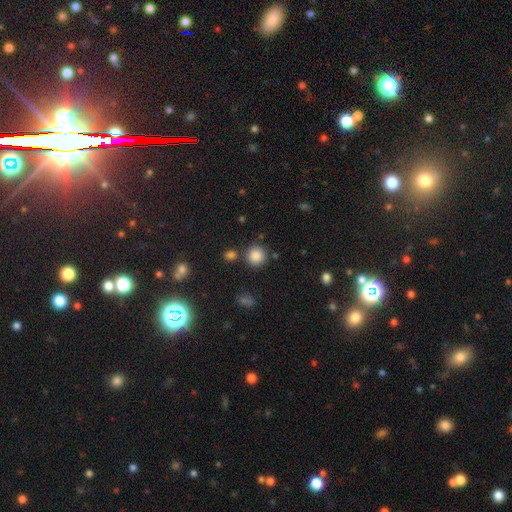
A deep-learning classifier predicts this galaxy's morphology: smooth-or-featured: smooth: 84% | star or artifact: 12% | featured or disk: 4%
  how-rounded: round: 92% | in between: 7% | cigar-shaped: 1%
  merging: none: 80% | minor disturbance: 9% | merger: 8% | major disturbance: 3%